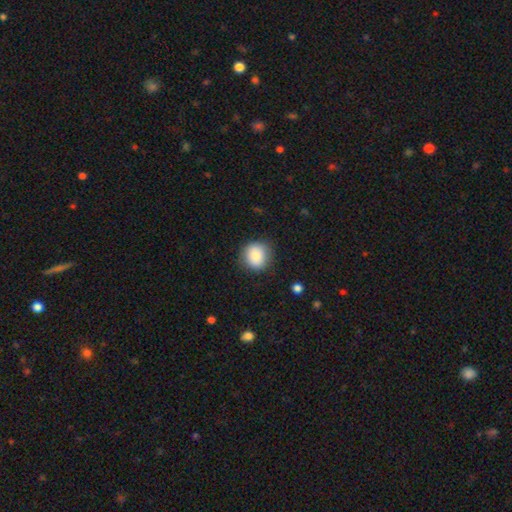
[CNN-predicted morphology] This is clearly a smooth galaxy (82%). How rounded: clearly round (84%). Merging: clearly none (83%).